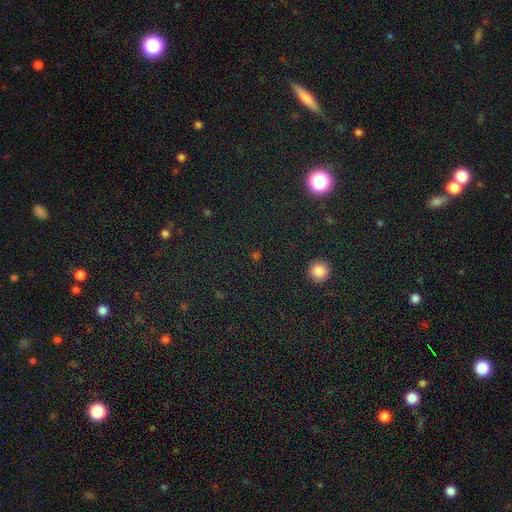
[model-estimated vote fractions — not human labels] A smooth galaxy with no disk features (47%). Merging: none (89%).